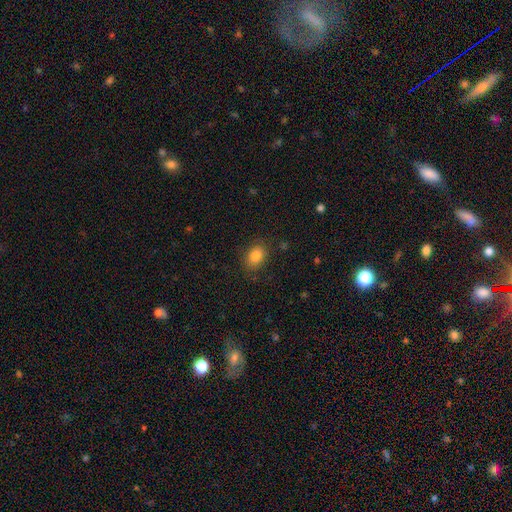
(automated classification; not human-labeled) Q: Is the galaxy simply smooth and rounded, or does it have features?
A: smooth — 84%.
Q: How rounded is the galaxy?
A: in between — 71%.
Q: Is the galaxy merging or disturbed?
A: none — 84%.